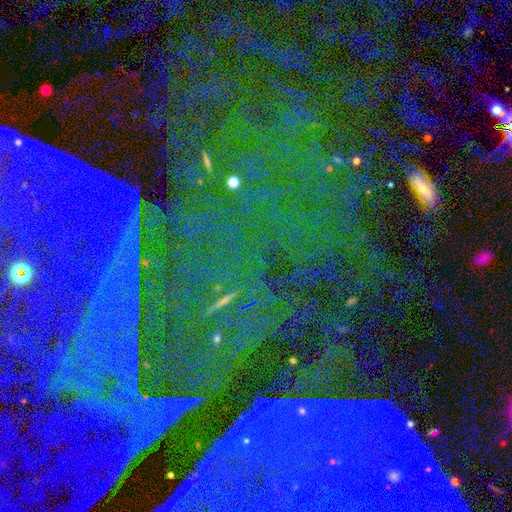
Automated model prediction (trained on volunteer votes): Smooth or featured: star or artifact — 85% (featured or disk — 8%)